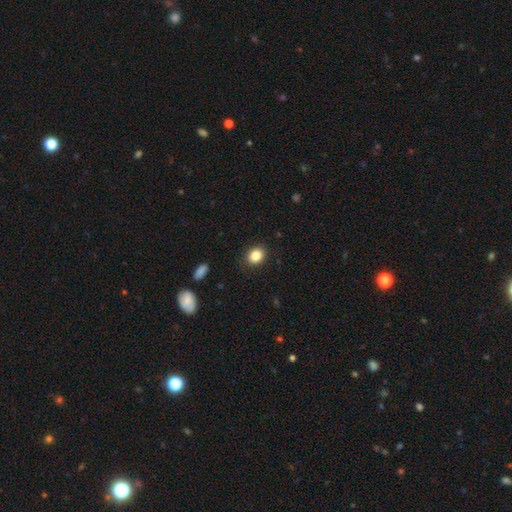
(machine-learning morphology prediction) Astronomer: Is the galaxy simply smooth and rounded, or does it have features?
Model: smooth — 85%.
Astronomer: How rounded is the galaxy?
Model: round — 52% (runner-up: in between, 47%).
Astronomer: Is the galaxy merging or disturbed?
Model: none — 88%.